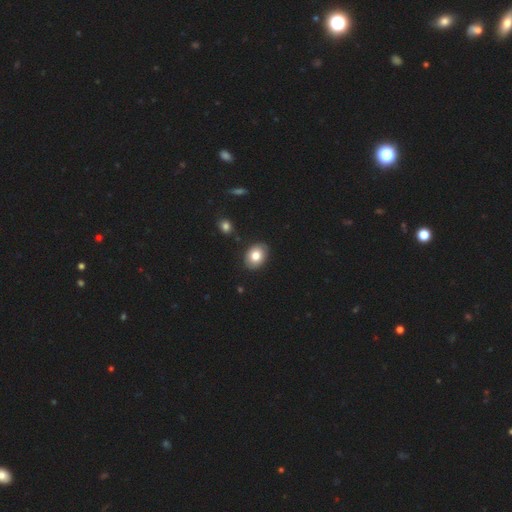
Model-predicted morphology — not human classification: Overall: smooth (80%). How rounded: in between (74%). Merging: none (87%).